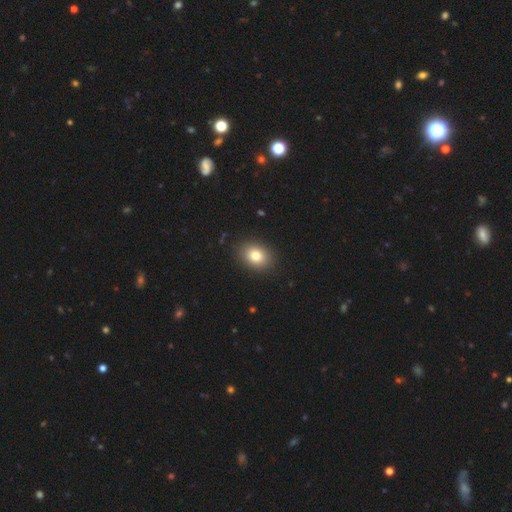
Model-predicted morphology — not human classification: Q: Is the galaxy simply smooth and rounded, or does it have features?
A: smooth — 81%.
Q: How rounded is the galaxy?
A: in between — 55%.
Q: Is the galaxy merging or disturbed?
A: none — 89%.